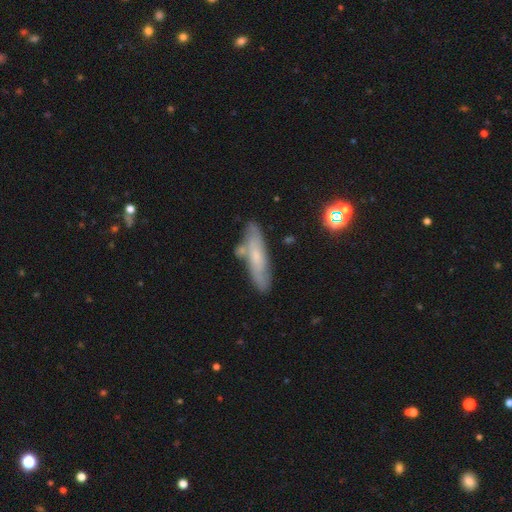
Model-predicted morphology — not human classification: smooth_or_featured: featured or disk (p=0.53) [alt: smooth p=0.38]
disk_edge_on: no (p=0.60) [alt: yes p=0.40]
merging: none (p=0.72) [alt: minor disturbance p=0.16]